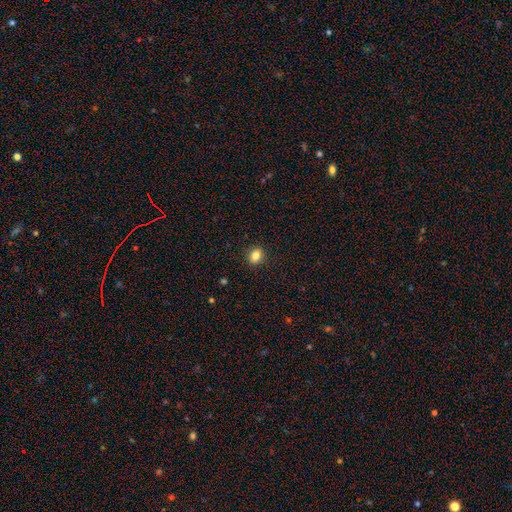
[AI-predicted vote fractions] A smooth galaxy with no disk features (83%) that is in between round and cigar-shaped (53%). Merging: none (91%).